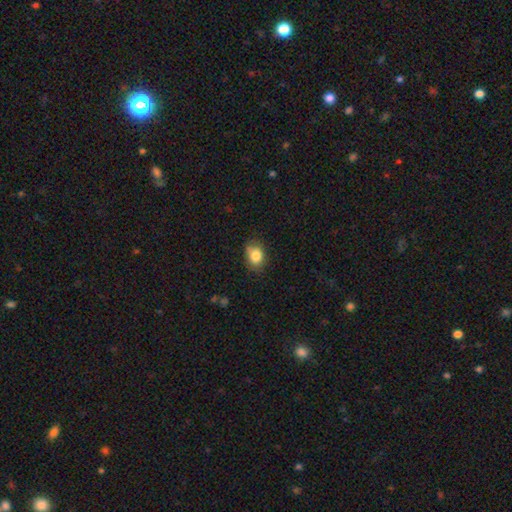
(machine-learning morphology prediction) smooth 83%, star or artifact 9%, featured or disk 8%. Down the decision tree: how rounded — in between (68%); merging — none (74%).